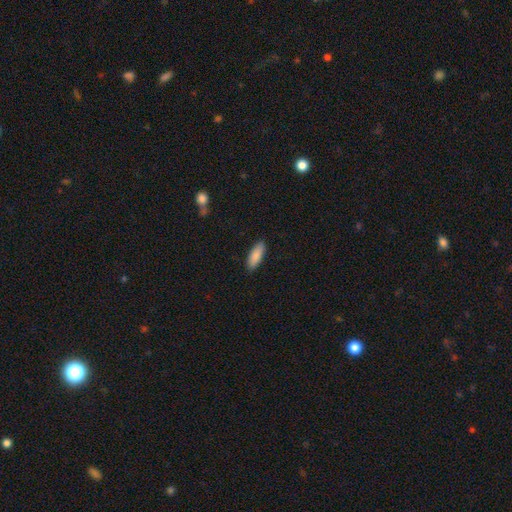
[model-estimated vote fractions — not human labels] This is clearly a smooth galaxy (87%). How rounded: likely in between (63%). Merging: clearly none (88%).